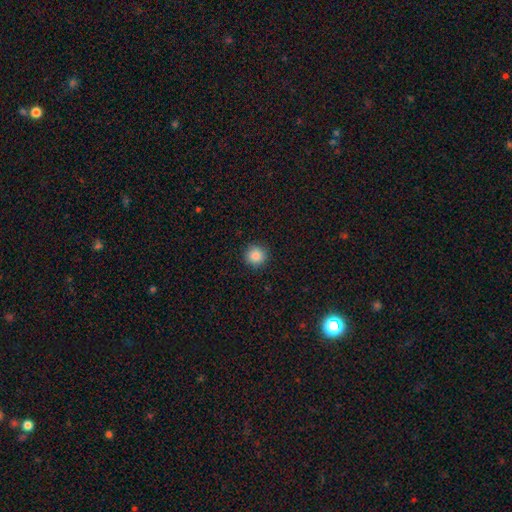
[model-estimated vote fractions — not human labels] Smooth or featured? Predicted: smooth (p=0.86). How rounded? Predicted: round (p=0.94). Merging? Predicted: none (p=0.92).